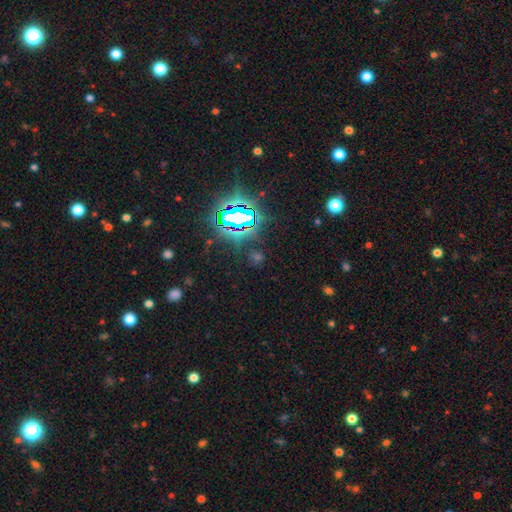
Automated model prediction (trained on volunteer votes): The model was most divided on "smooth or featured": star or artifact: 77%, smooth: 15%, featured or disk: 8%.